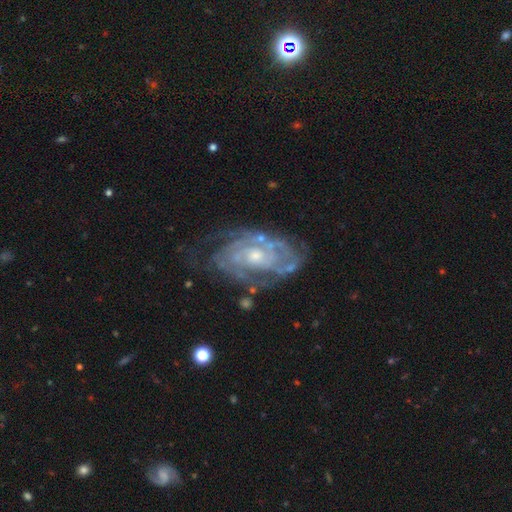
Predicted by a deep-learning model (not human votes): This is clearly a featured or disk galaxy (87%). It is clearly not viewed edge-on (96%). Bar: likely no (74%). Spiral arm pattern: clearly yes (91%). Spiral arm count: marginally can't tell (40%). Spiral winding: likely tight (69%). Central bulge: possibly small (52%). Merging: likely none (61%).